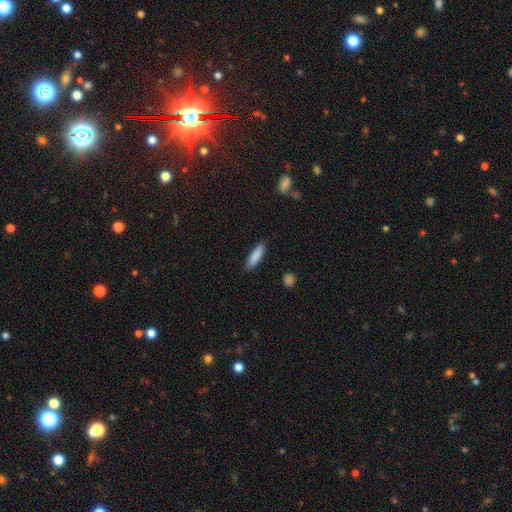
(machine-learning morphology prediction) A smooth galaxy with no disk features (86%) that is cigar-shaped (72%).

Vote fractions:
- Smooth or featured? smooth: 86% / featured or disk: 8% / star or artifact: 6%
- How rounded? cigar-shaped: 72% / in between: 27% / round: 1%
- Merging? none: 88% / minor disturbance: 9% / major disturbance: 2% / merger: 1%